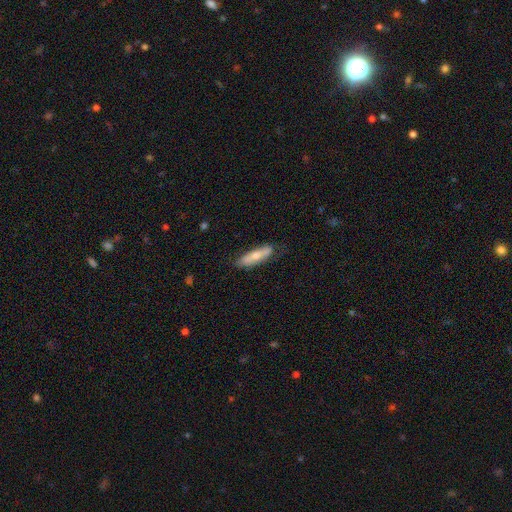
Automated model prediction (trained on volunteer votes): This is likely a smooth galaxy (60%). How rounded: likely cigar-shaped (66%). Merging: likely none (72%).